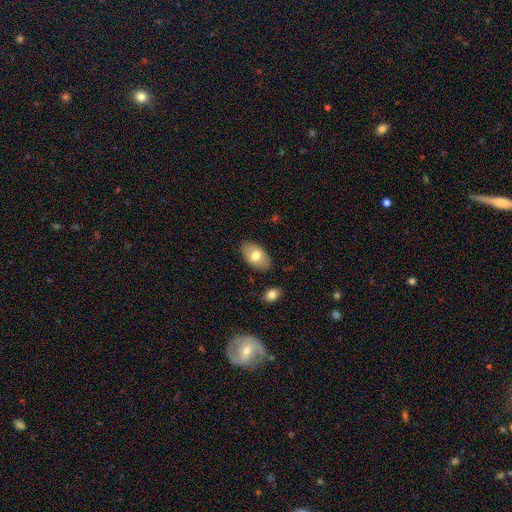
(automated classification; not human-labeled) Overall: smooth (73%). How rounded: in between (93%). Merging: none (85%).